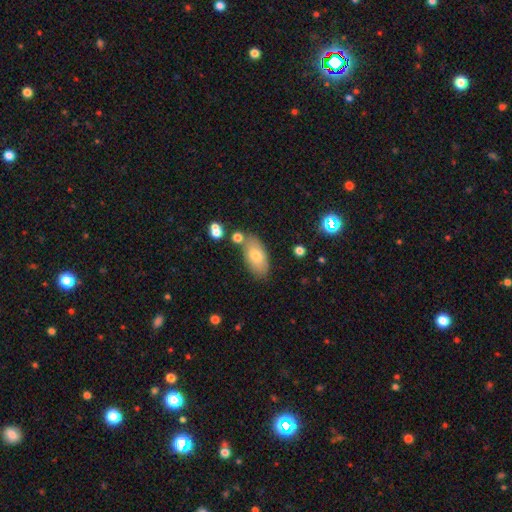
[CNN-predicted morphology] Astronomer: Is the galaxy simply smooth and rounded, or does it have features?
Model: smooth — 74%.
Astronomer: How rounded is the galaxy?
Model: in between — 92%.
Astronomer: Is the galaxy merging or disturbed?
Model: none — 71%.